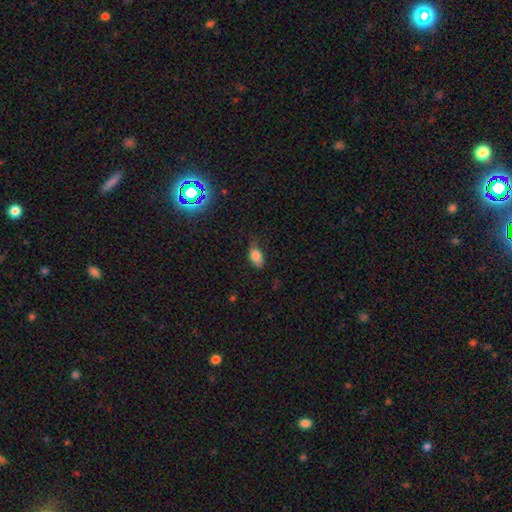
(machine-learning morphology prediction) smooth-or-featured: smooth: 81% | star or artifact: 10% | featured or disk: 9%
  how-rounded: in between: 90% | round: 7% | cigar-shaped: 3%
  merging: none: 57% | minor disturbance: 32% | major disturbance: 10% | merger: 2%